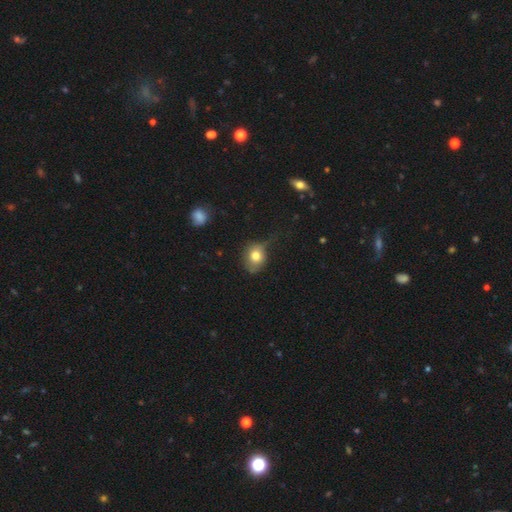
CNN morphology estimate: smooth_or_featured: smooth (p=0.76) [alt: featured or disk p=0.14]
how_rounded: round (p=0.64) [alt: in between p=0.34]
merging: none (p=0.49) [alt: minor disturbance p=0.33]